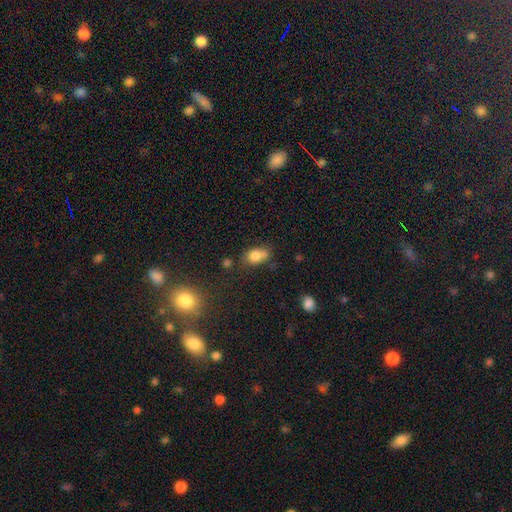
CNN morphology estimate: smooth_or_featured: smooth (p=0.77) [alt: featured or disk p=0.12]
how_rounded: in between (p=0.74) [alt: round p=0.23]
merging: none (p=0.48) [alt: merger p=0.25]